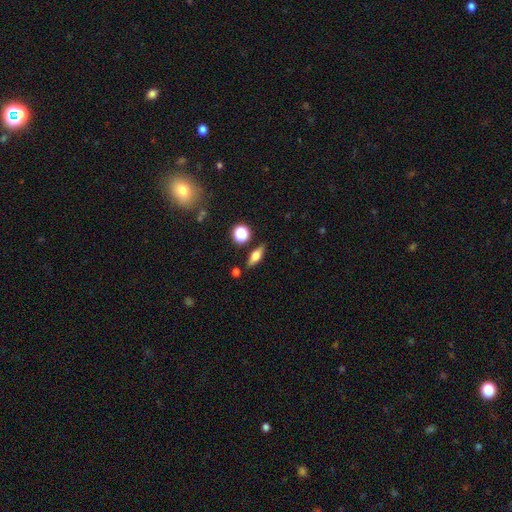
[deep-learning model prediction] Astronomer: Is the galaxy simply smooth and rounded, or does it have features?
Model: smooth — 58%.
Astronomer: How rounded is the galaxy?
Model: in between — 58%.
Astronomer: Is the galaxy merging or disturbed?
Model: none — 82%.